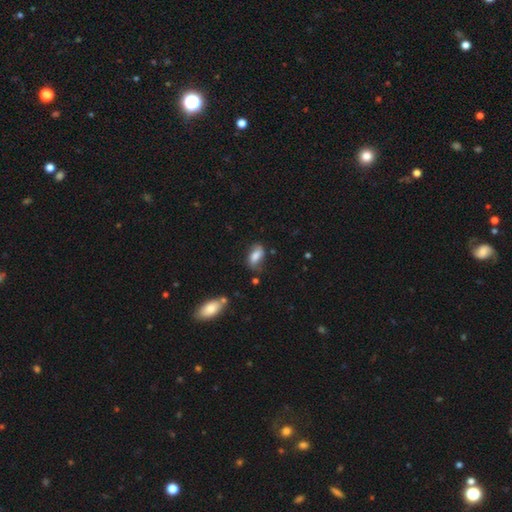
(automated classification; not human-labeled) Morphology: type=smooth (75%); roundness=in between (86%); merging=none (57%).